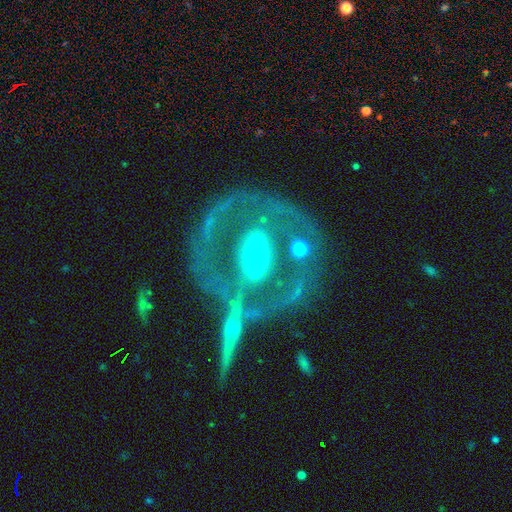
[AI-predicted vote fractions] Smooth or featured: featured or disk — 83% (smooth — 10%)
Edge-on disk: no — 95% (yes — 5%)
Bar: strong — 41% (weak — 32%)
Spiral arms: yes — 74% (no — 26%)
Spiral winding: medium — 43% (tight — 35%)
Spiral arm count: 2 — 70% (can't tell — 13%)
Bulge size: small — 46% (moderate — 45%)
Merging: none — 54% (major disturbance — 18%)